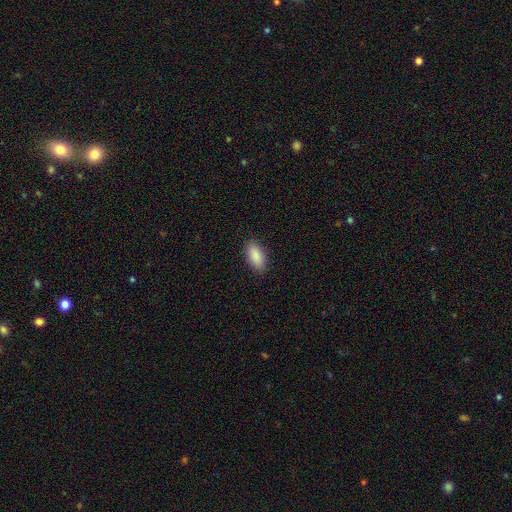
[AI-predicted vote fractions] This is clearly a smooth galaxy (90%). How rounded: clearly in between (91%). Merging: clearly none (89%).